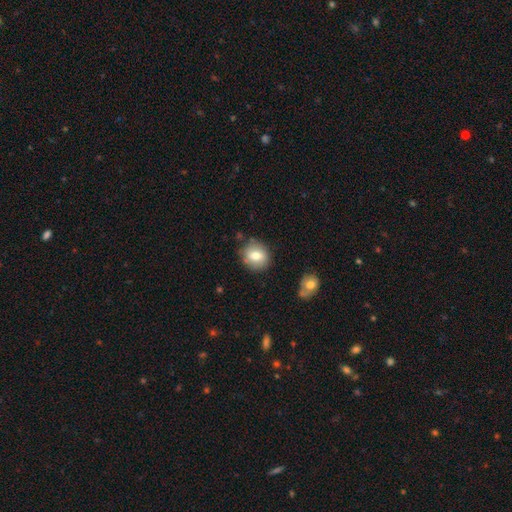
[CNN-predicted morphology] Smooth or featured: smooth — 74% (featured or disk — 17%)
How rounded: round — 76% (in between — 23%)
Merging: none — 80% (minor disturbance — 14%)